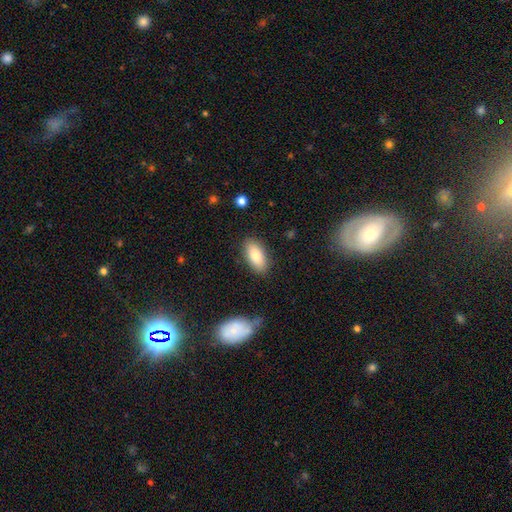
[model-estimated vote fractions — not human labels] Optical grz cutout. It shows a smooth galaxy with no disk features (81%) that is in between round and cigar-shaped (89%). Merging: none (85%).